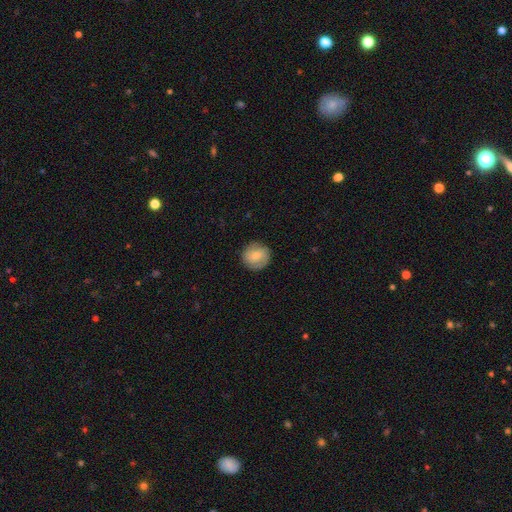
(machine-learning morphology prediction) smooth 63%, featured or disk 29%, star or artifact 8%. Down the decision tree: how rounded — round (89%); merging — none (86%).